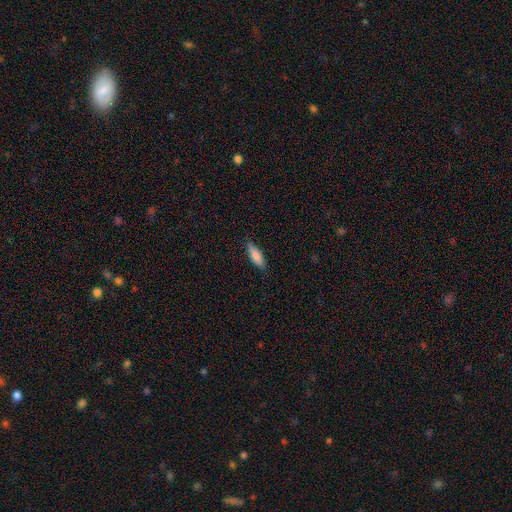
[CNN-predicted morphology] Q: Smooth or featured?
A: smooth (81%); runner-up: featured or disk (13%)
Q: How rounded?
A: cigar-shaped (51%); runner-up: in between (47%)
Q: Merging?
A: none (82%); runner-up: minor disturbance (14%)